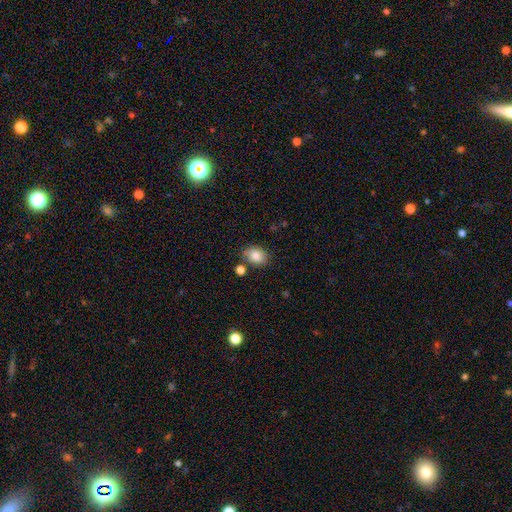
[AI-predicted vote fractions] Smooth or featured? Predicted: smooth (p=0.85). How rounded? Predicted: in between (p=0.60). Merging? Predicted: none (p=0.74).